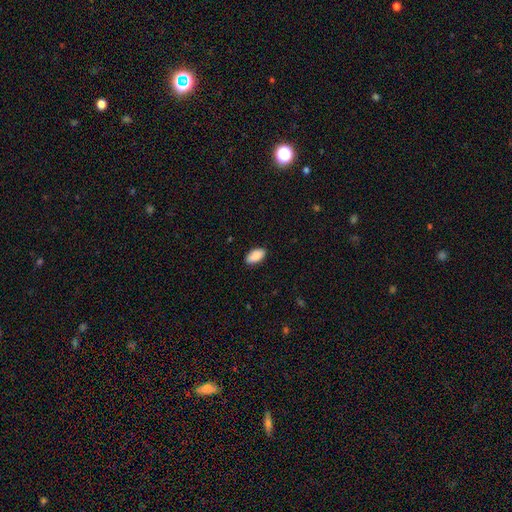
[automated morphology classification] Smooth or featured? Predicted: smooth (p=0.90). How rounded? Predicted: in between (p=0.94). Merging? Predicted: none (p=0.88).